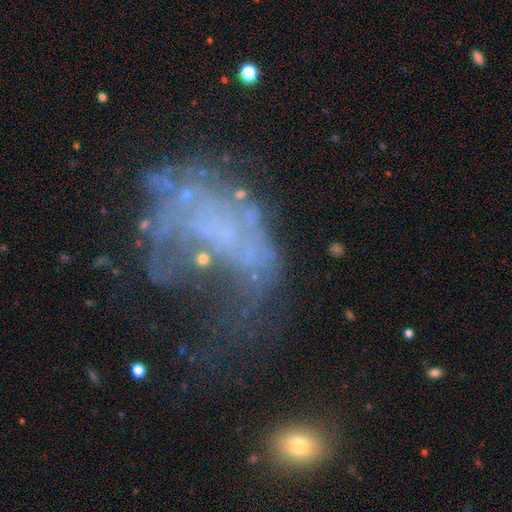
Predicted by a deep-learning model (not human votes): Smooth or featured: featured or disk — 67% (smooth — 18%)
Edge-on disk: no — 97% (yes — 3%)
Bar: no — 82% (weak — 13%)
Spiral arms: no — 68% (yes — 32%)
Bulge size: none — 72% (small — 16%)
Merging: major disturbance — 50% (none — 22%)